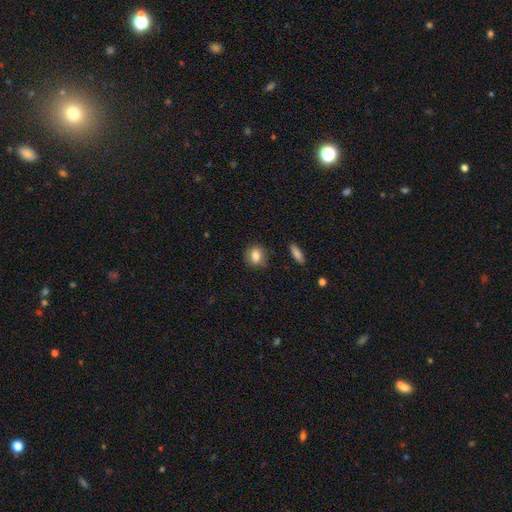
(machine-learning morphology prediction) Smooth or featured: smooth — 82% (featured or disk — 9%)
How rounded: round — 64% (in between — 33%)
Merging: none — 83% (minor disturbance — 13%)